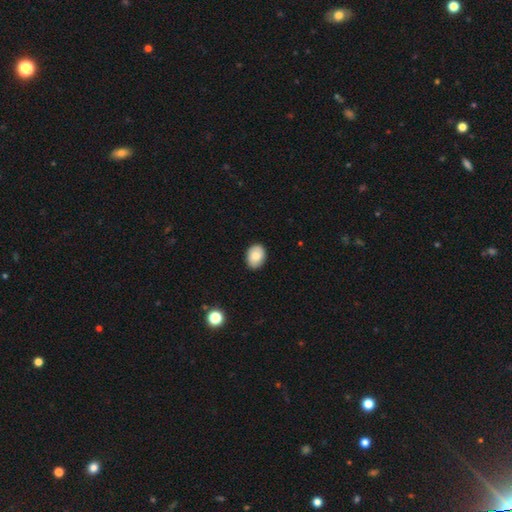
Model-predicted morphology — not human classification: Smooth or featured?
  - smooth: 84% *
  - featured or disk: 8%
  - star or artifact: 7%
How rounded?
  - in between: 75% *
  - round: 24%
  - cigar-shaped: 1%
Merging?
  - none: 88% *
  - minor disturbance: 9%
  - major disturbance: 2%
  - merger: 1%